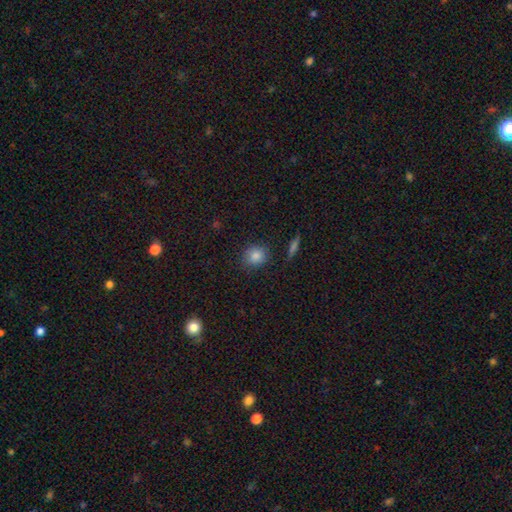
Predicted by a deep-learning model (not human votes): The model was most divided on "how rounded": round: 79%, in between: 20%, cigar-shaped: 1%. More confident: merging — none (84%); smooth or featured — smooth (83%).